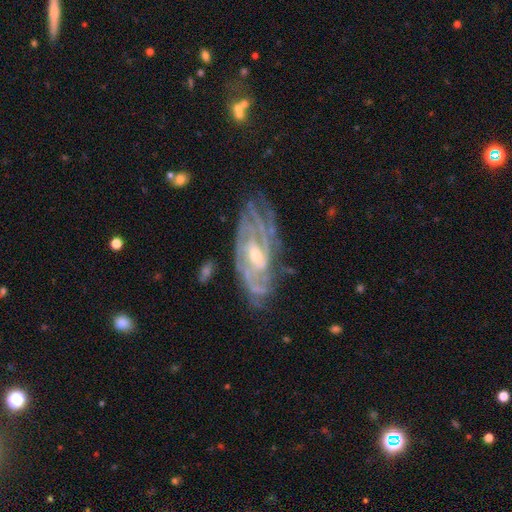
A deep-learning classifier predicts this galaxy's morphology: smooth_or_featured: featured or disk (p=0.86) [alt: smooth p=0.07]
disk_edge_on: no (p=0.91) [alt: yes p=0.09]
bar: weak (p=0.43) [alt: no p=0.40]
has_spiral_arms: yes (p=0.95) [alt: no p=0.05]
spiral_winding: tight (p=0.70) [alt: medium p=0.25]
spiral_arm_count: can't tell (p=0.36) [alt: 3 p=0.20]
bulge_size: moderate (p=0.55) [alt: small p=0.39]
merging: none (p=0.72) [alt: minor disturbance p=0.19]